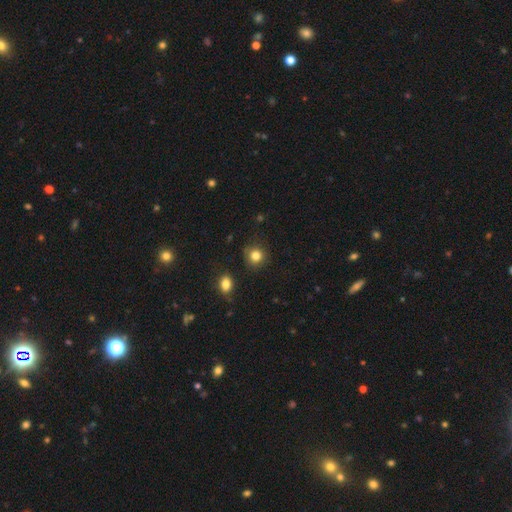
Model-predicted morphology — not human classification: The model was most divided on "smooth or featured": smooth: 83%, star or artifact: 11%, featured or disk: 6%. More confident: how rounded — round (88%); merging — none (84%).